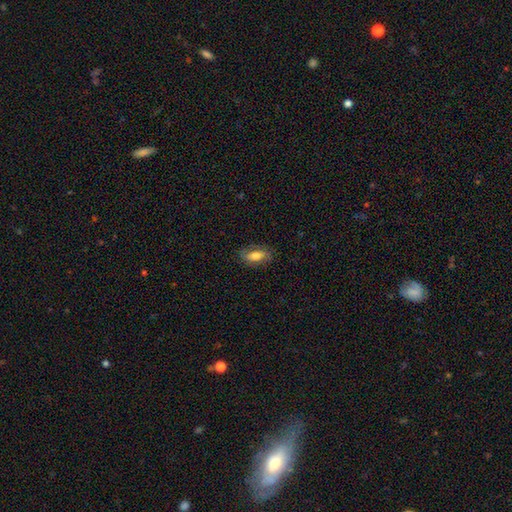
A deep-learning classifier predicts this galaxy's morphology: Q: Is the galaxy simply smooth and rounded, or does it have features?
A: smooth — 62%.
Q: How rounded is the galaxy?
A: in between — 84%.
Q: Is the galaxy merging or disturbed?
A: none — 77%.